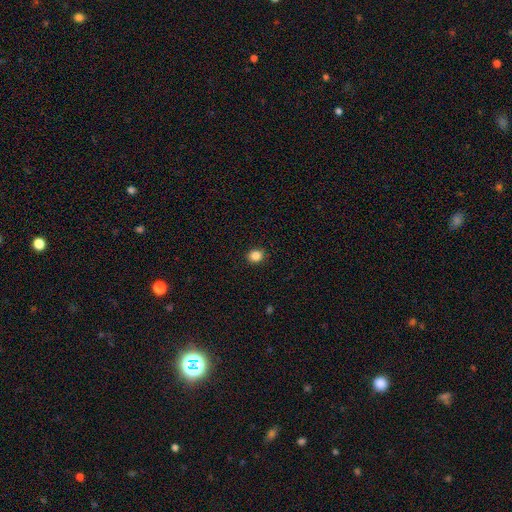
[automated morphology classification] A smooth galaxy with no disk features (86%) that is round (71%). Merging: none (90%).